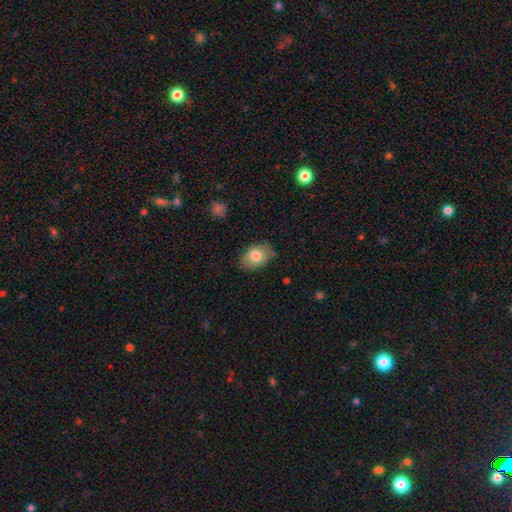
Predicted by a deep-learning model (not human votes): Q: Smooth or featured?
A: smooth (78%); runner-up: featured or disk (15%)
Q: How rounded?
A: in between (85%); runner-up: round (14%)
Q: Merging?
A: none (80%); runner-up: minor disturbance (16%)